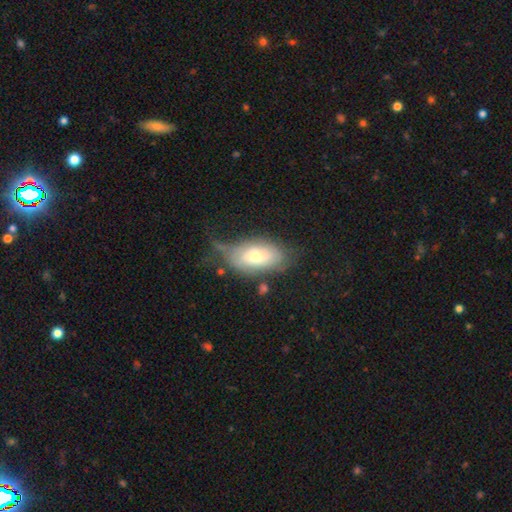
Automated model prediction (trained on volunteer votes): smooth 60%, featured or disk 32%, star or artifact 8%. Down the decision tree: how rounded — in between (91%); merging — none (44%).